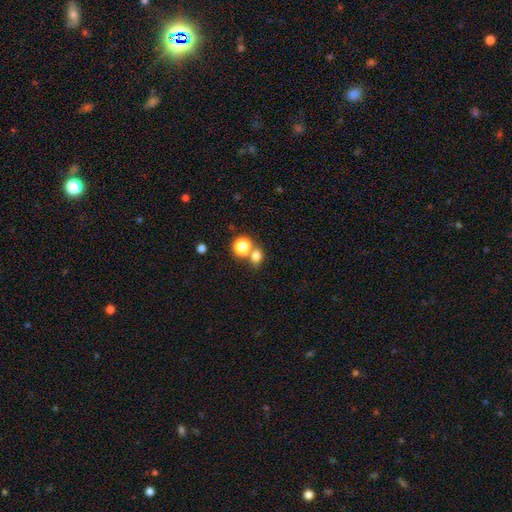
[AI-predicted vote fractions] A smooth galaxy with no disk features (74%) that is round (63%). Merging: none (55%).